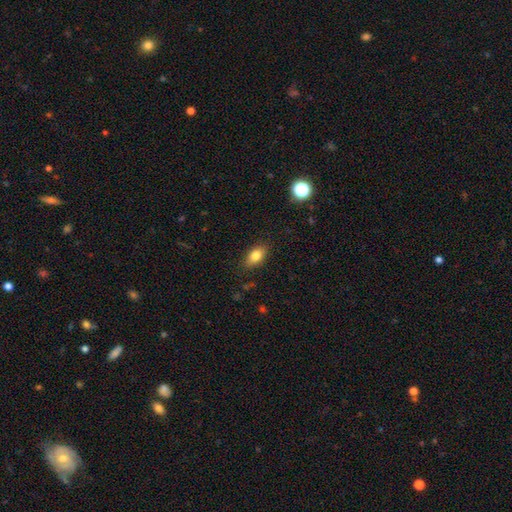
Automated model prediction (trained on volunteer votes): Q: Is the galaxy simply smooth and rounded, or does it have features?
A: smooth — 81%.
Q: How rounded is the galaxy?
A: in between — 85%.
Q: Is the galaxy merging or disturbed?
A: none — 85%.